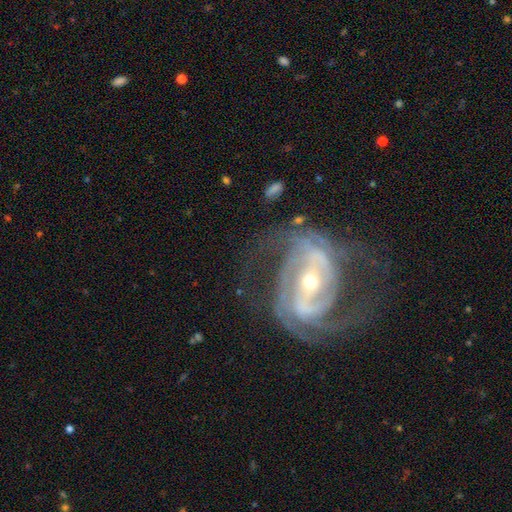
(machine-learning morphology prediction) Q: Smooth or featured?
A: featured or disk (90%); runner-up: star or artifact (6%)
Q: Edge-on disk?
A: no (97%); runner-up: yes (3%)
Q: Bar?
A: strong (52%); runner-up: weak (31%)
Q: Spiral arms?
A: yes (96%); runner-up: no (4%)
Q: Spiral winding?
A: medium (47%); runner-up: tight (38%)
Q: Spiral arm count?
A: 2 (63%); runner-up: 3 (14%)
Q: Bulge size?
A: small (49%); runner-up: moderate (47%)
Q: Merging?
A: none (61%); runner-up: major disturbance (20%)